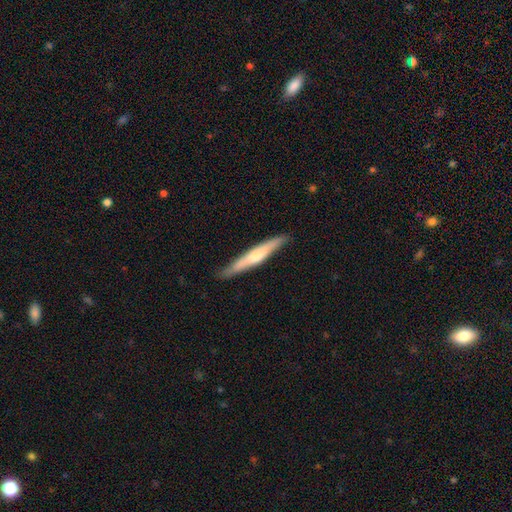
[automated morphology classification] smooth_or_featured: smooth (p=0.49) [alt: featured or disk p=0.45]
merging: none (p=0.87) [alt: minor disturbance p=0.10]